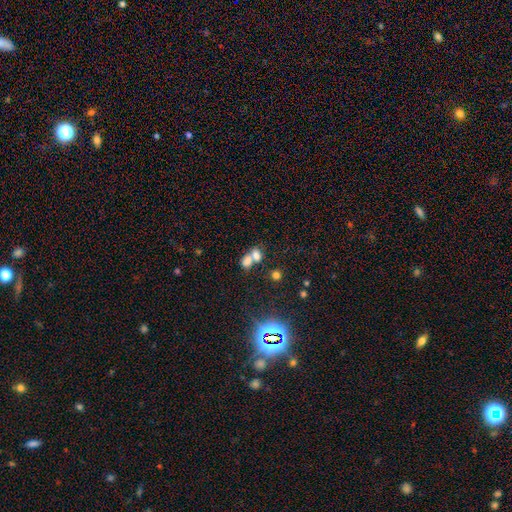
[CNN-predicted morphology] smooth_or_featured: smooth (p=0.68) [alt: star or artifact p=0.17]
how_rounded: in between (p=0.68) [alt: round p=0.29]
merging: merger (p=0.63) [alt: none p=0.25]